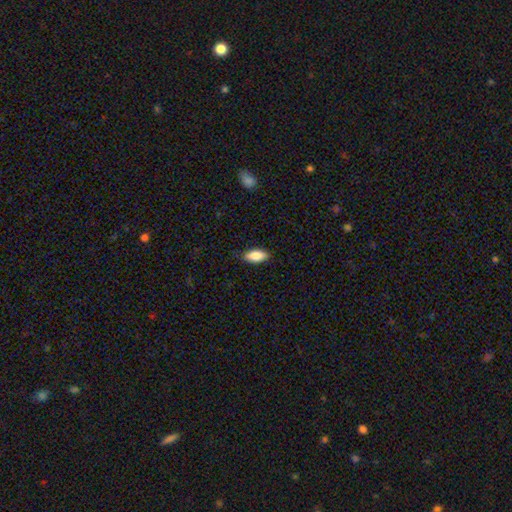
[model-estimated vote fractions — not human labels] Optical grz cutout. It shows a smooth galaxy with no disk features (86%) that is in between round and cigar-shaped (89%). Merging: none (85%).